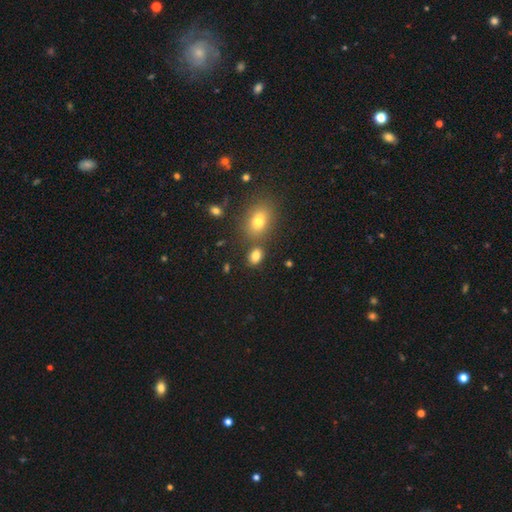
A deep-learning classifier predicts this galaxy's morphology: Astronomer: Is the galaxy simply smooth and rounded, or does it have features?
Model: smooth — 81%.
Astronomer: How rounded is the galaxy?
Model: in between — 75%.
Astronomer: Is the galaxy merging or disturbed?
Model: none — 72%.